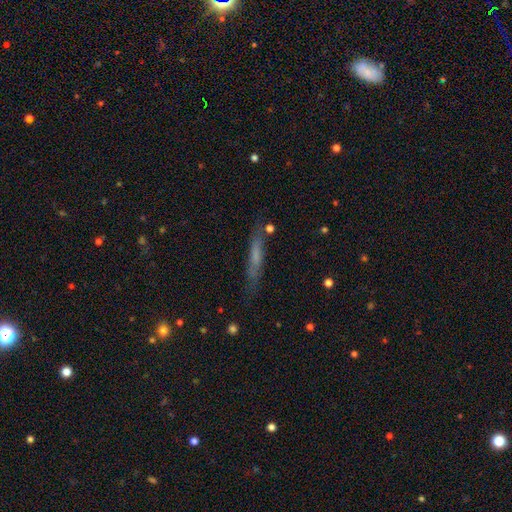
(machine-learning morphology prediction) type=smooth (53%); roundness=cigar-shaped (91%); merging=none (75%).